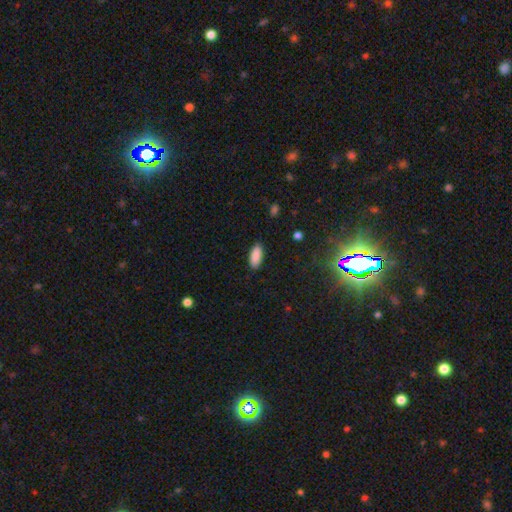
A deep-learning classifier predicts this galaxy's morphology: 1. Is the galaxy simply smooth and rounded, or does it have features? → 90% smooth, 6% star or artifact, 4% featured or disk.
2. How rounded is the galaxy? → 86% in between, 12% cigar-shaped, 2% round.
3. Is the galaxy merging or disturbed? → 88% none, 9% minor disturbance, 2% major disturbance, 1% merger.